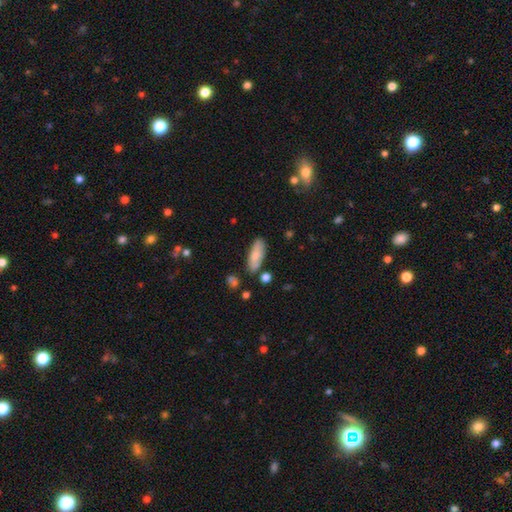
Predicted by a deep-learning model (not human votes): smooth-or-featured: smooth: 80% | featured or disk: 14% | star or artifact: 6%
  how-rounded: in between: 70% | cigar-shaped: 28% | round: 2%
  merging: none: 77% | minor disturbance: 15% | merger: 5% | major disturbance: 3%